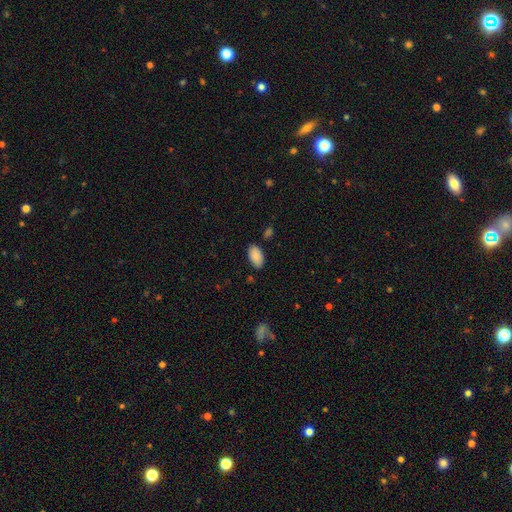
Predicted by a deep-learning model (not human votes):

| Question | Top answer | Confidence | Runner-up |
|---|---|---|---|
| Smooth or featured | smooth | 89% | star or artifact (7%) |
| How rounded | in between | 95% | round (3%) |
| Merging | none | 84% | minor disturbance (11%) |